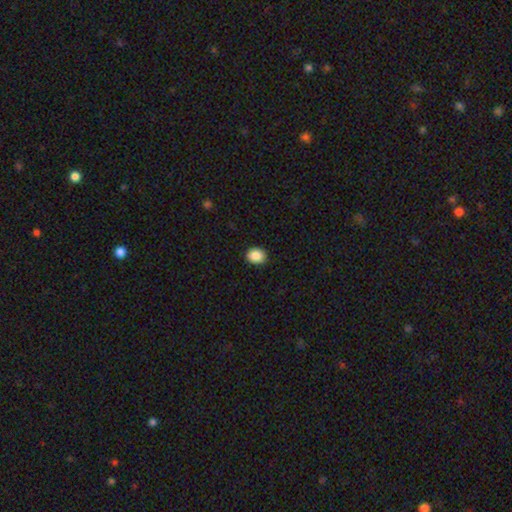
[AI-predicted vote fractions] Smooth or featured? Predicted: smooth (p=0.89). How rounded? Predicted: round (p=0.52). Merging? Predicted: none (p=0.90).